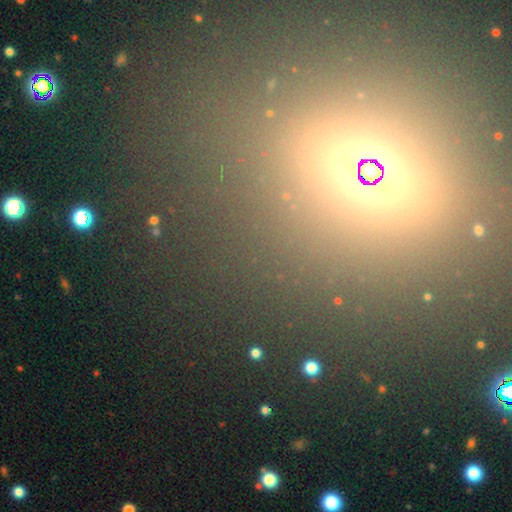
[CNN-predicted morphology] Smooth or featured? Predicted: star or artifact (p=0.60).